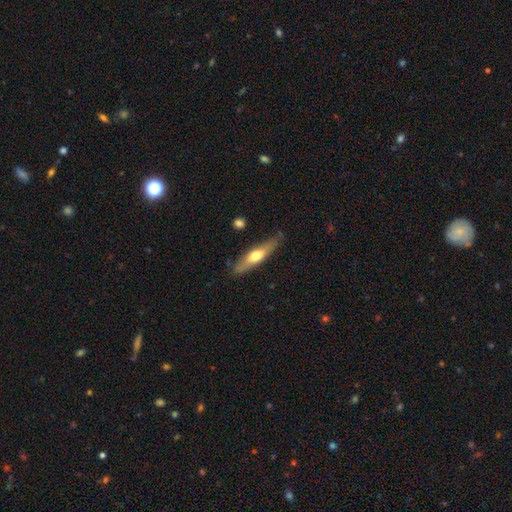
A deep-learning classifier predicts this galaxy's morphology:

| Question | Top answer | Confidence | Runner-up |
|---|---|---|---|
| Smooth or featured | featured or disk | 49% | smooth (46%) |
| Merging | none | 80% | minor disturbance (15%) |